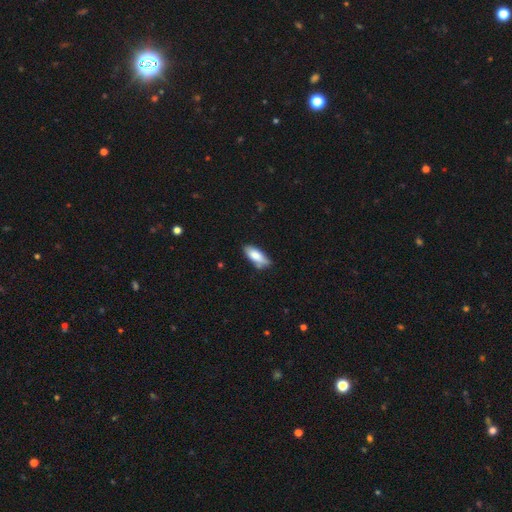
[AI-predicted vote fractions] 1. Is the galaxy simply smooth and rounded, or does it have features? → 81% smooth, 13% featured or disk, 6% star or artifact.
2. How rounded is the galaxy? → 77% in between, 21% cigar-shaped, 2% round.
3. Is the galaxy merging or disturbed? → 64% none, 27% minor disturbance, 5% major disturbance, 5% merger.